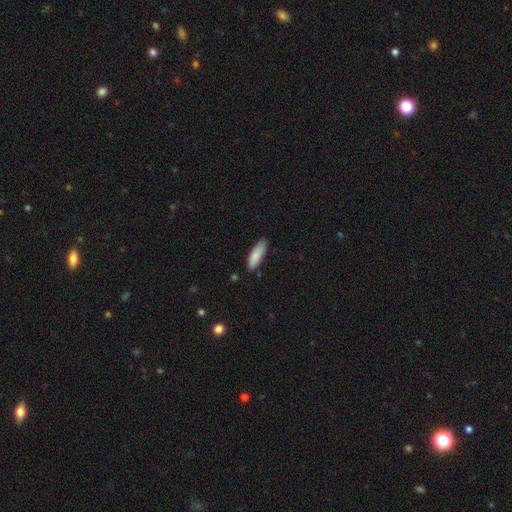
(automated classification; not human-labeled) This is clearly a smooth galaxy (87%). How rounded: possibly in between (56%). Merging: likely none (80%).